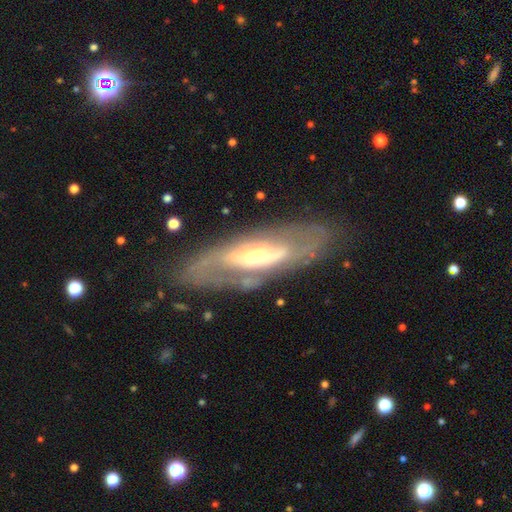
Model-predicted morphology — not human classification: This is likely a featured or disk galaxy (77%). It is clearly not viewed edge-on (82%). Bar: possibly no (47%). Spiral arm pattern: likely yes (69%). Central bulge: possibly moderate (48%). Merging: likely none (74%).